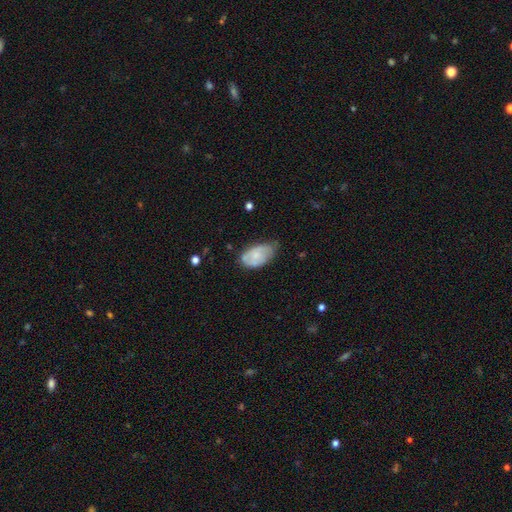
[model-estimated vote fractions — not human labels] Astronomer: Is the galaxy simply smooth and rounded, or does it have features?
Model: smooth — 58% (runner-up: featured or disk, 35%).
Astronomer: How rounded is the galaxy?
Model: in between — 93%.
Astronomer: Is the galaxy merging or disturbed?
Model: none — 45% (runner-up: minor disturbance, 41%).